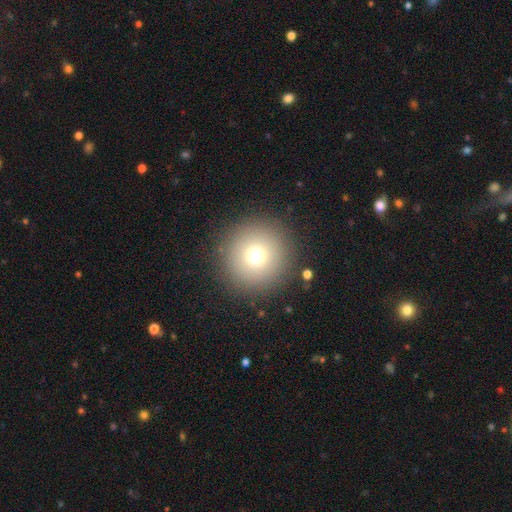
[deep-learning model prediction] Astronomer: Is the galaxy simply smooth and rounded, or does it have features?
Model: smooth — 72%.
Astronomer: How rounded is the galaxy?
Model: round — 96%.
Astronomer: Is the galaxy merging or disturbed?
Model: none — 90%.